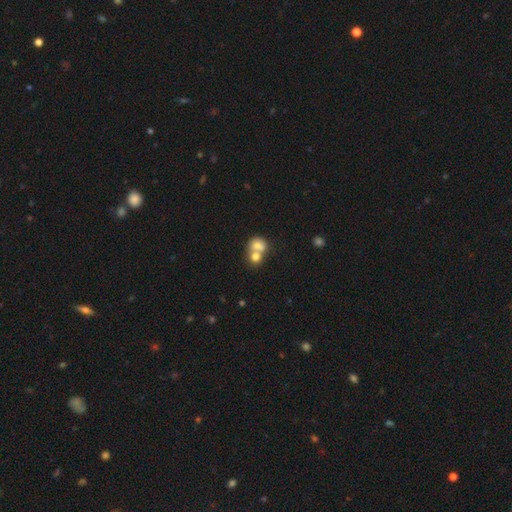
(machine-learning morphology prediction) A smooth galaxy with no disk features (72%) that is round (61%).

Vote fractions:
- Smooth or featured? smooth: 72% / featured or disk: 18% / star or artifact: 10%
- How rounded? round: 61% / in between: 38% / cigar-shaped: 1%
- Merging? merger: 66% / none: 24% / minor disturbance: 6% / major disturbance: 4%